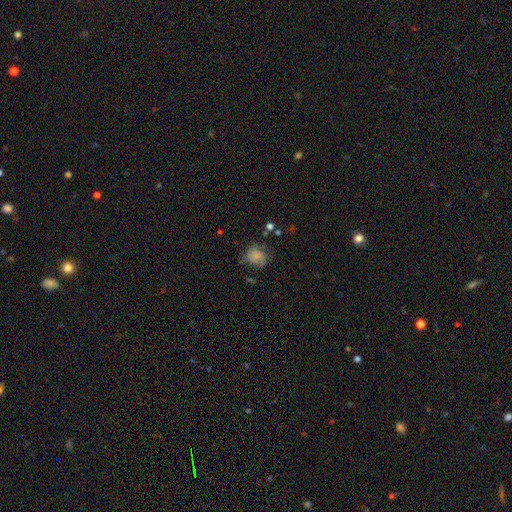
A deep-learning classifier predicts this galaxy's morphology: Smooth or featured? Predicted: smooth (p=0.66). How rounded? Predicted: round (p=0.65). Merging? Predicted: none (p=0.51).